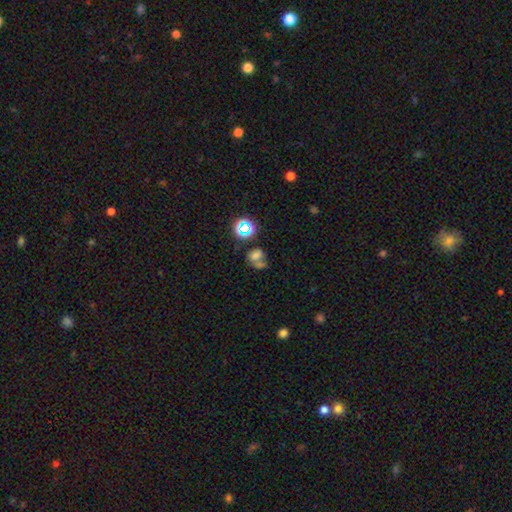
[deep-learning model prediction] smooth 56%, star or artifact 26%, featured or disk 18%. Down the decision tree: how rounded — in between (57%); merging — merger (47%).